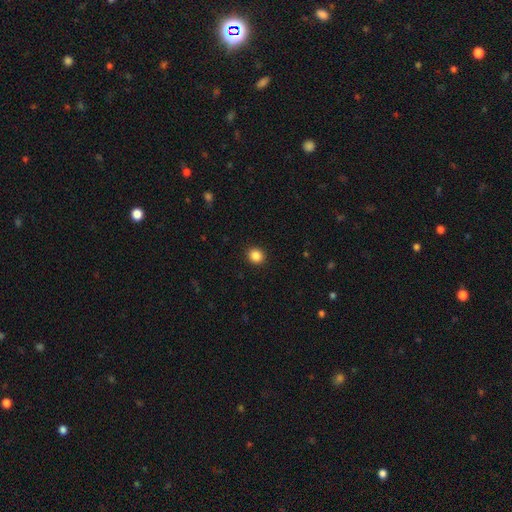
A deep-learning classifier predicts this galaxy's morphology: type=smooth (87%); roundness=round (80%); merging=none (92%).